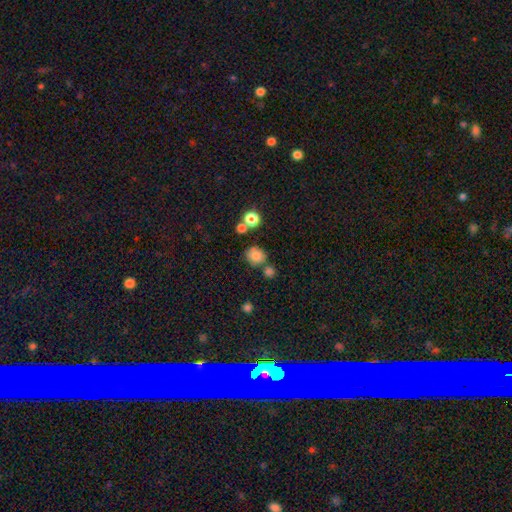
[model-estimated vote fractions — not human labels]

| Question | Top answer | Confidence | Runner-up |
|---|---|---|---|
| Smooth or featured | smooth | 80% | star or artifact (13%) |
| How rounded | round | 76% | in between (23%) |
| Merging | none | 67% | merger (15%) |